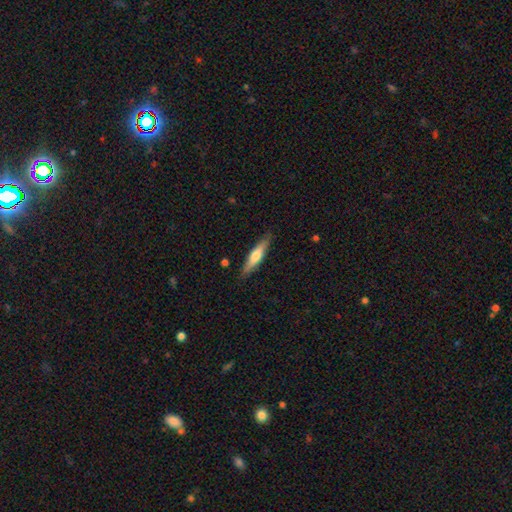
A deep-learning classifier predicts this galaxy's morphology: Overall: smooth (54%; featured or disk 41%). How rounded: cigar-shaped (81%). Merging: none (86%).